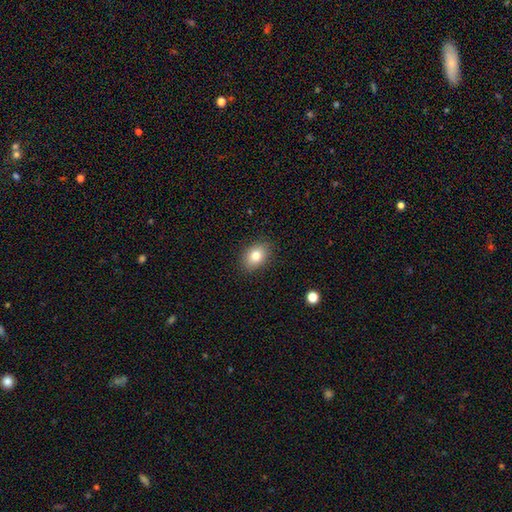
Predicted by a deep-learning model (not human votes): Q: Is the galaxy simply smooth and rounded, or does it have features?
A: smooth — 80%.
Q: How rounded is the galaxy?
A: in between — 74%.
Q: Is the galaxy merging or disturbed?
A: none — 87%.